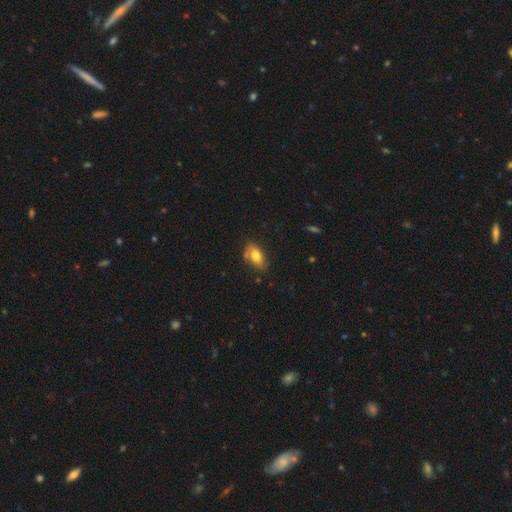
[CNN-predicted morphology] smooth 75%, featured or disk 17%, star or artifact 8%. Down the decision tree: how rounded — in between (89%); merging — none (71%).